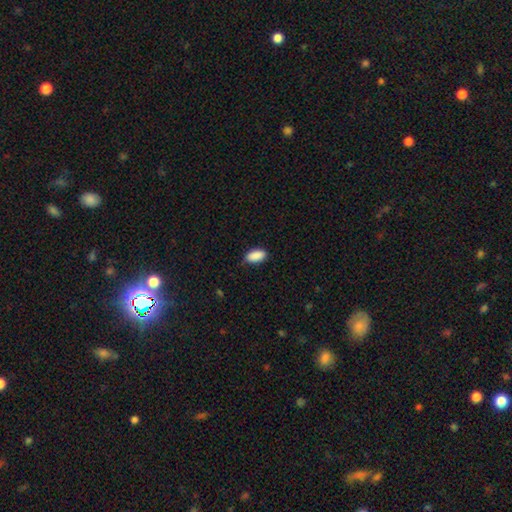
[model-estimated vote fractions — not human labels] This is clearly a smooth galaxy (90%). How rounded: clearly in between (92%). Merging: clearly none (81%).